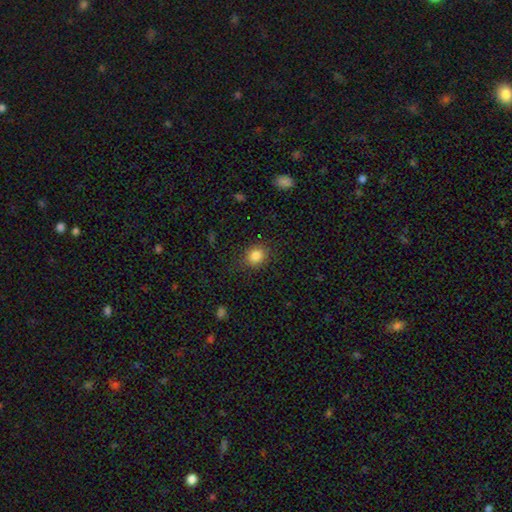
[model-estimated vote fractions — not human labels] This appears to be a smooth galaxy with no disk features (84%) that is round (72%). Merging: none (83%).